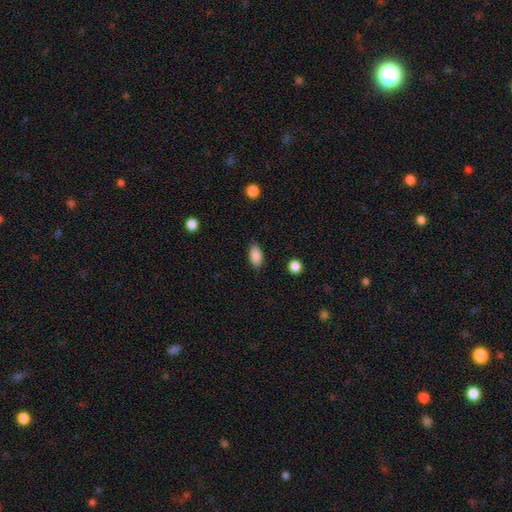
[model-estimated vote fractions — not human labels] Smooth or featured?
  - smooth: 89% *
  - star or artifact: 7%
  - featured or disk: 4%
How rounded?
  - in between: 92% *
  - cigar-shaped: 4%
  - round: 4%
Merging?
  - none: 86% *
  - minor disturbance: 10%
  - major disturbance: 3%
  - merger: 1%